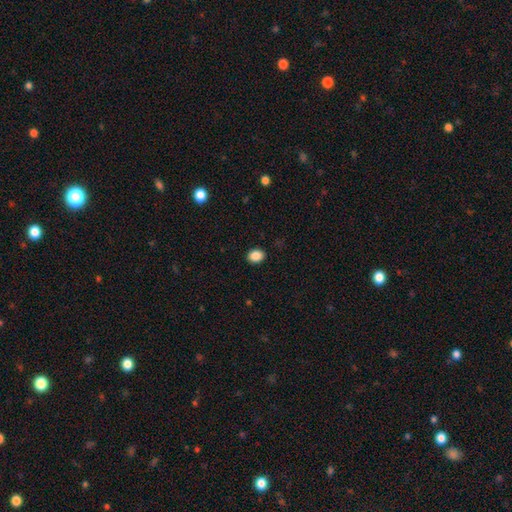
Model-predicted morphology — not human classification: Overall: smooth (88%). How rounded: in between (56%; round 43%). Merging: none (90%).